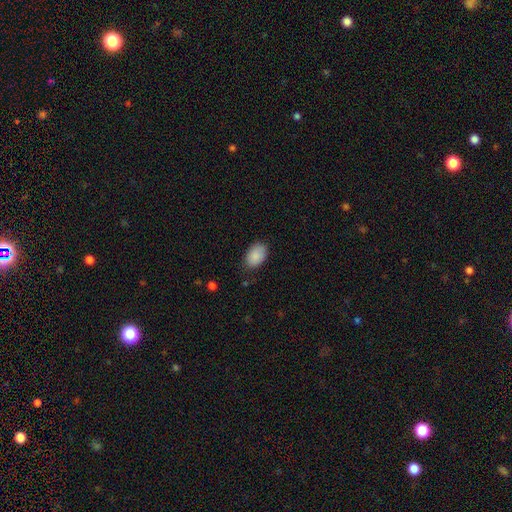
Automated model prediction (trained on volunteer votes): A smooth galaxy with no disk features (89%) that is in between round and cigar-shaped (89%). Merging: none (79%).